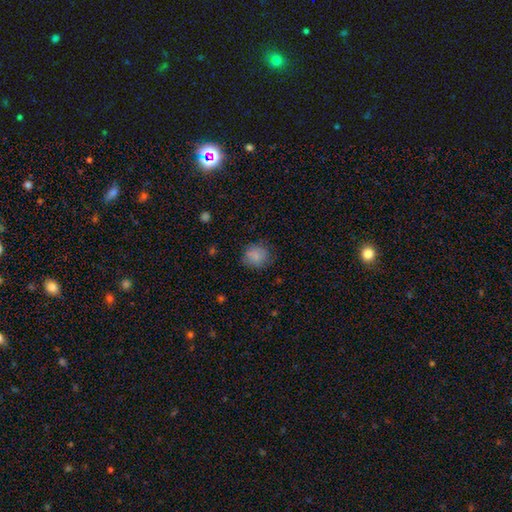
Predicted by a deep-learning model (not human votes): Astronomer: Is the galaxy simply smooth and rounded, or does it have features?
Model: smooth — 82%.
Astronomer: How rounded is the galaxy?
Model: round — 72%.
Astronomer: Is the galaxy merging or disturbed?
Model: none — 75%.